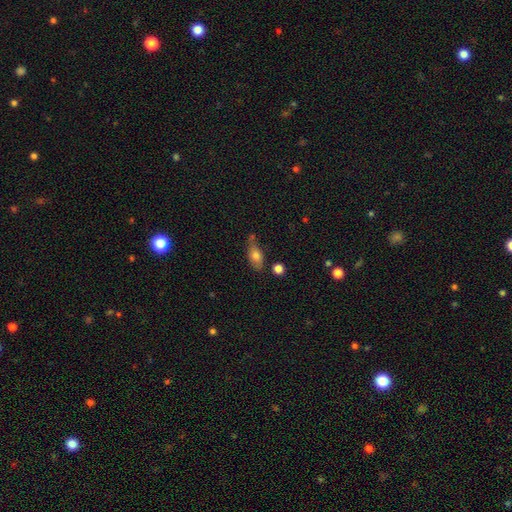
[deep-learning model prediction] Smooth or featured? smooth (74%)
How rounded? in between (82%)
Merging? none (59%)